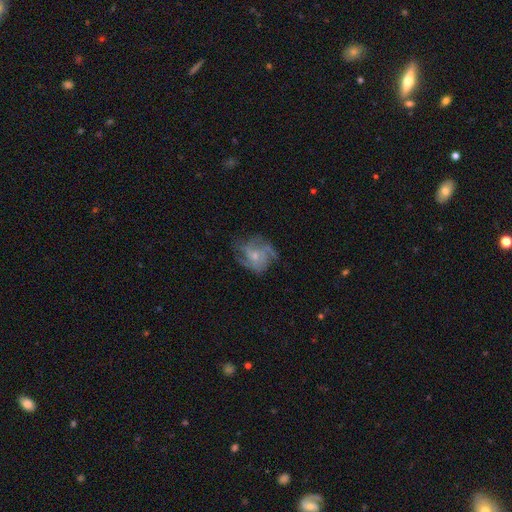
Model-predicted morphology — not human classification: type=featured or disk (76%); edge-on=no (98%); bar=no (70%); spiral arms=yes (90%); winding=medium (46%); arm count=3 (33%); bulge=small (60%); merging=none (62%).